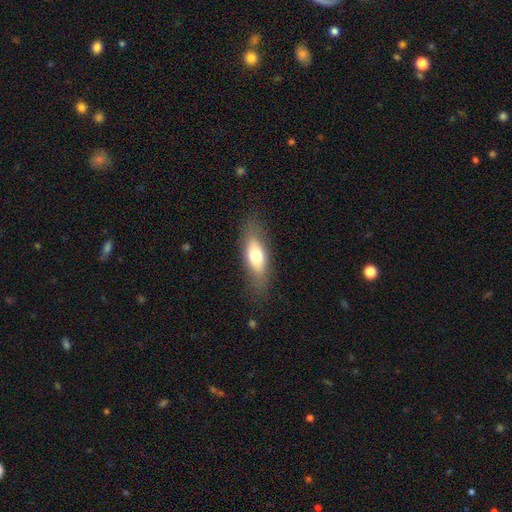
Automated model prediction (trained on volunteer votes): A smooth galaxy with no disk features (65%) that is in between round and cigar-shaped (66%).

Vote fractions:
- Smooth or featured? smooth: 65% / featured or disk: 28% / star or artifact: 7%
- How rounded? in between: 66% / cigar-shaped: 30% / round: 4%
- Merging? none: 80% / minor disturbance: 14% / major disturbance: 5% / merger: 1%